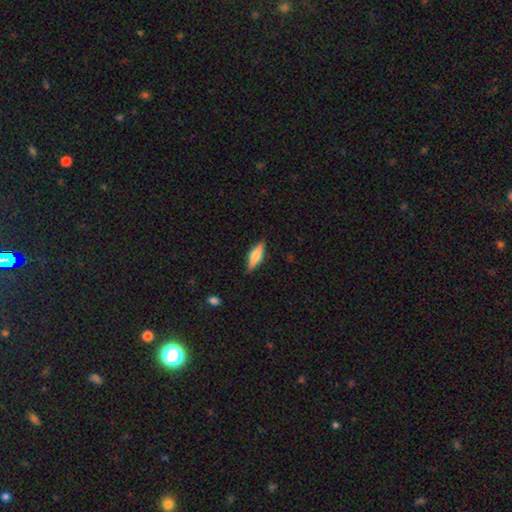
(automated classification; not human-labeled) This appears to be a smooth galaxy with no disk features (62%) that is cigar-shaped (53%). Merging: none (83%).